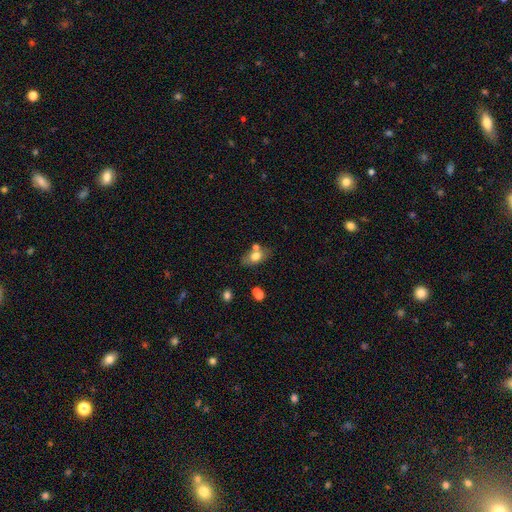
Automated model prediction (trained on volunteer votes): smooth_or_featured: smooth (p=0.71) [alt: featured or disk p=0.20]
how_rounded: in between (p=0.83) [alt: round p=0.14]
merging: none (p=0.58) [alt: merger p=0.22]